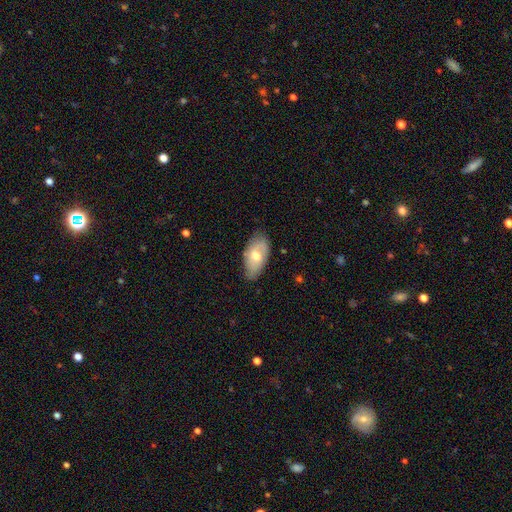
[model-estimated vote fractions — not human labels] Smooth or featured: smooth — 60% (featured or disk — 34%)
How rounded: in between — 93% (round — 4%)
Merging: none — 68% (minor disturbance — 26%)